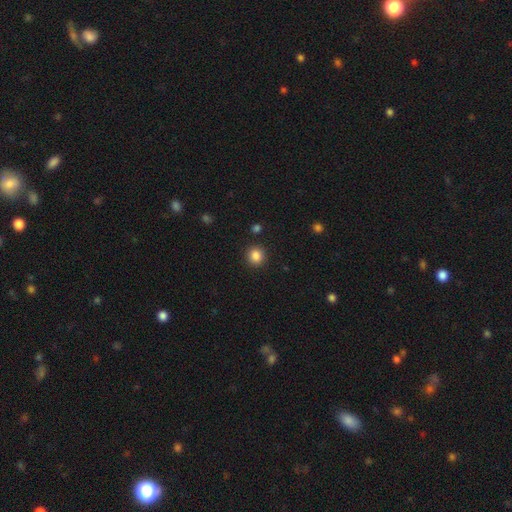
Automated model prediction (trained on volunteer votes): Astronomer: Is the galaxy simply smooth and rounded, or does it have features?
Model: smooth — 86%.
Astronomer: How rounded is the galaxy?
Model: round — 89%.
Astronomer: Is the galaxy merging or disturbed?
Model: none — 91%.